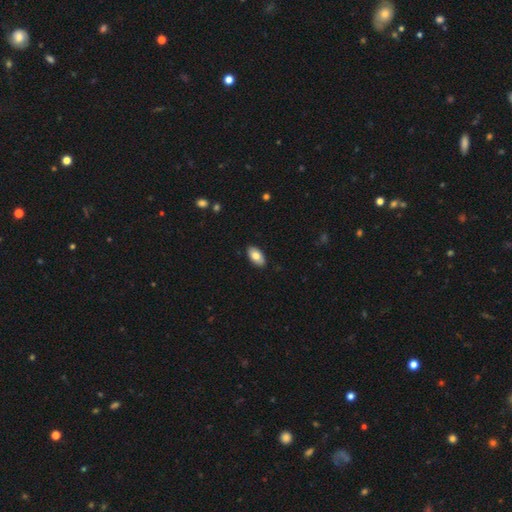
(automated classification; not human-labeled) This appears to be a smooth galaxy with no disk features (78%) that is in between round and cigar-shaped (94%). Merging: none (89%).